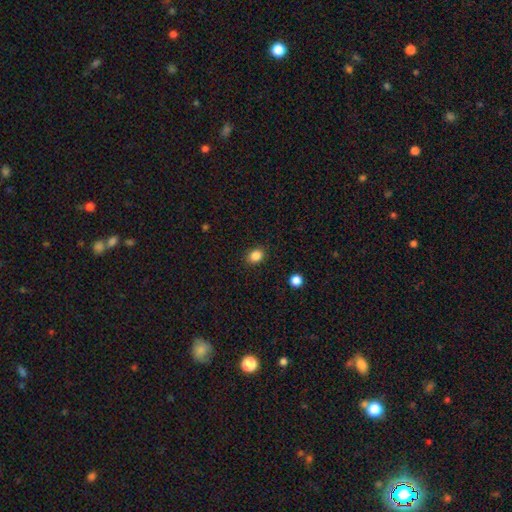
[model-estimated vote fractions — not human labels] Smooth or featured? Predicted: smooth (p=0.86). How rounded? Predicted: in between (p=0.55). Merging? Predicted: none (p=0.88).